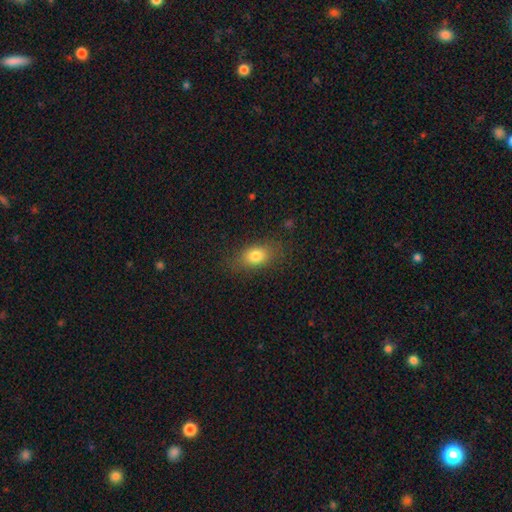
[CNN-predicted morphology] Overall: smooth (80%). How rounded: in between (77%). Merging: none (80%).